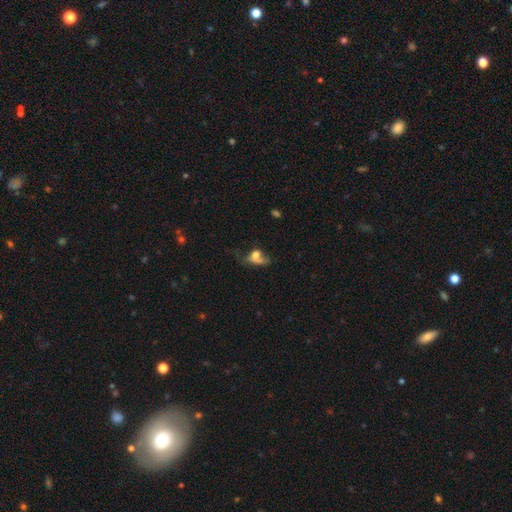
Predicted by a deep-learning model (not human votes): The model was most divided on "merging": major disturbance: 36%, merger: 23%, none: 22%, minor disturbance: 19%. More confident: how rounded — in between (66%); smooth or featured — smooth (57%).